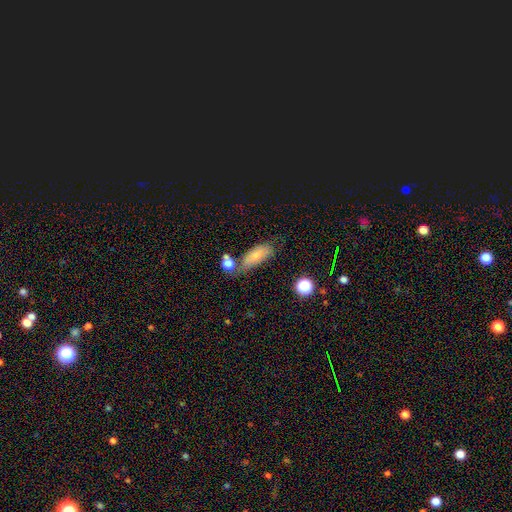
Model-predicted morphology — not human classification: smooth-or-featured: smooth: 73% | featured or disk: 17% | star or artifact: 11%
  how-rounded: in between: 76% | cigar-shaped: 20% | round: 4%
  merging: none: 55% | minor disturbance: 25% | merger: 12% | major disturbance: 9%